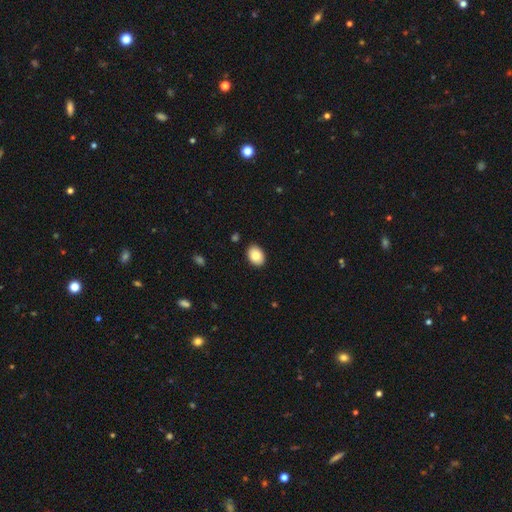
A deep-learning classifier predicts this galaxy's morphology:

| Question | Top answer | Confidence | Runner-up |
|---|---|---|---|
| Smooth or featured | smooth | 83% | featured or disk (10%) |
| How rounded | in between | 78% | round (21%) |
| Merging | none | 89% | minor disturbance (8%) |